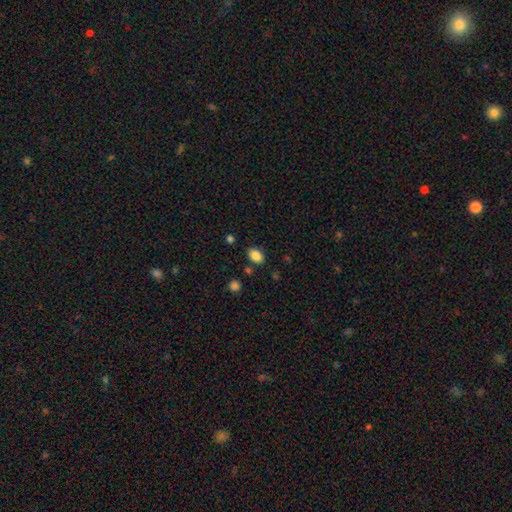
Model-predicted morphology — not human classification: A smooth galaxy with no disk features (86%) that is in between round and cigar-shaped (80%).

Vote fractions:
- Smooth or featured? smooth: 86% / star or artifact: 9% / featured or disk: 5%
- How rounded? in between: 80% / round: 19% / cigar-shaped: 1%
- Merging? none: 82% / minor disturbance: 12% / merger: 3% / major disturbance: 3%